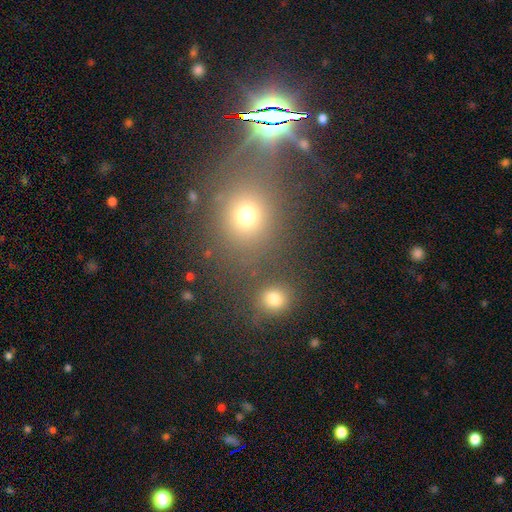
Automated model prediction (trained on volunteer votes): This appears to be a star or artifact, not a galaxy (48%).